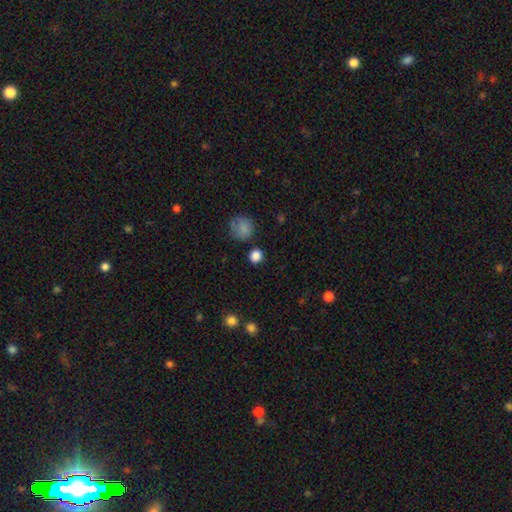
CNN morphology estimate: The model was most divided on "smooth or featured": smooth: 84%, star or artifact: 13%, featured or disk: 4%. More confident: how rounded — round (87%); merging — none (83%).